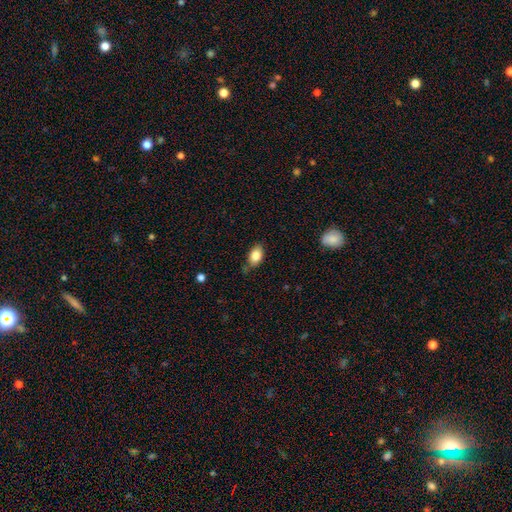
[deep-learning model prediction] Smooth or featured: smooth — 84% (featured or disk — 8%)
How rounded: in between — 88% (round — 10%)
Merging: none — 72% (minor disturbance — 21%)